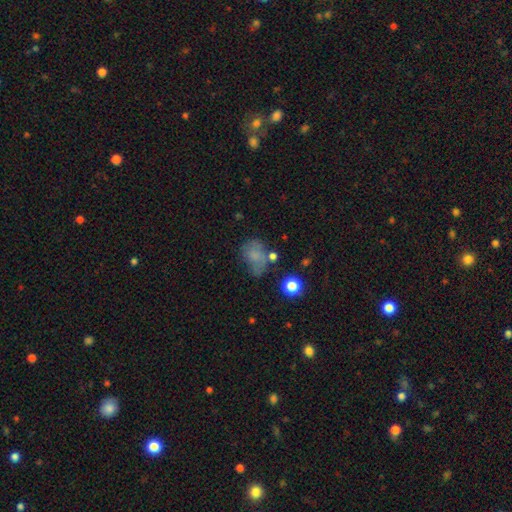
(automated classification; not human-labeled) Smooth or featured? smooth (65%)
How rounded? in between (65%)
Merging? none (39%)